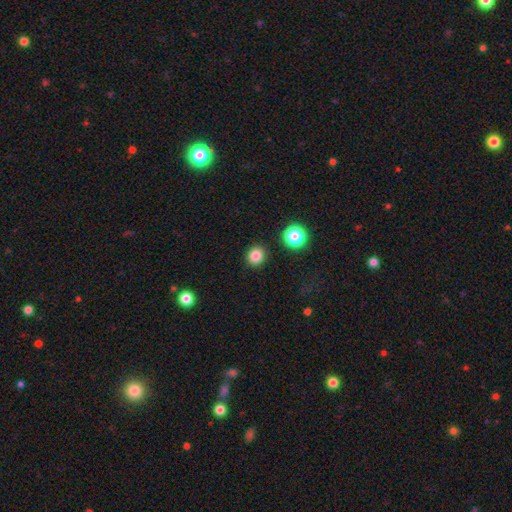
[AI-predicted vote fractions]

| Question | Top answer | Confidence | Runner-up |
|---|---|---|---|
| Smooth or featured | smooth | 83% | star or artifact (13%) |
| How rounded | round | 86% | in between (13%) |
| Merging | none | 90% | minor disturbance (6%) |